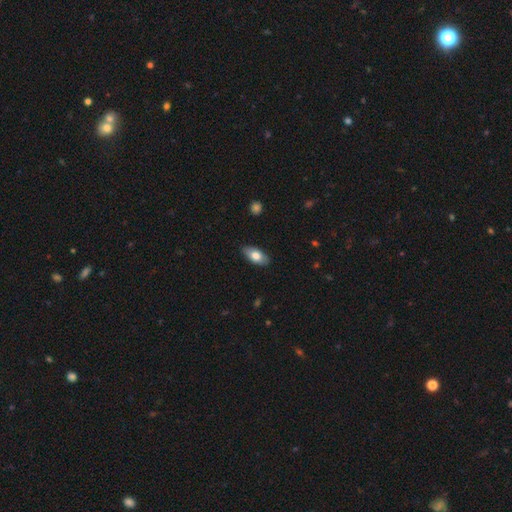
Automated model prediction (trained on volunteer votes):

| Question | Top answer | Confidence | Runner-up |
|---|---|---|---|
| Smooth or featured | smooth | 75% | featured or disk (19%) |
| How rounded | in between | 91% | cigar-shaped (6%) |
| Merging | none | 86% | minor disturbance (11%) |